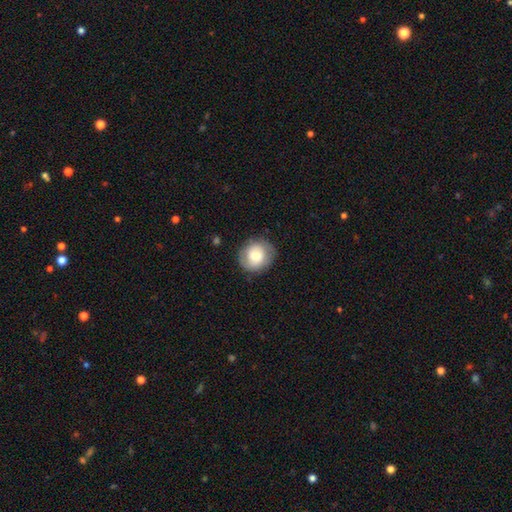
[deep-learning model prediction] smooth-or-featured: smooth: 68% | featured or disk: 24% | star or artifact: 8%
  how-rounded: round: 80% | in between: 20% | cigar-shaped: 1%
  merging: none: 80% | minor disturbance: 14% | major disturbance: 5% | merger: 1%